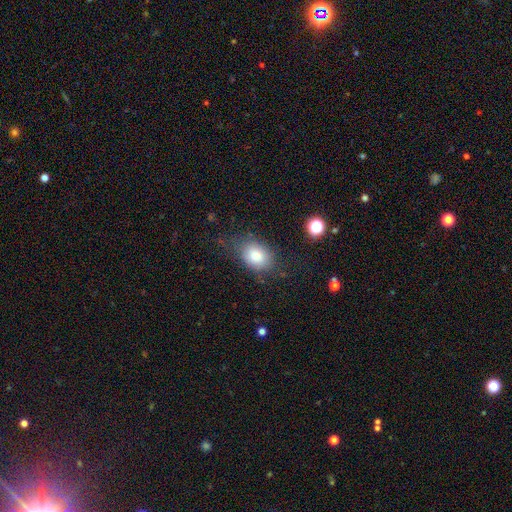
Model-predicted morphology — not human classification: This is likely a smooth galaxy (79%). How rounded: likely in between (69%). Merging: likely none (65%).